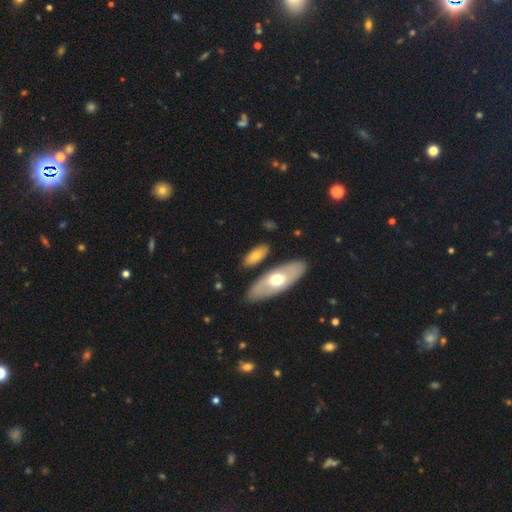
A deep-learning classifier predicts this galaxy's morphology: The model was most divided on "smooth or featured": smooth: 61%, featured or disk: 32%, star or artifact: 6%. More confident: merging — none (77%); how rounded — in between (72%).